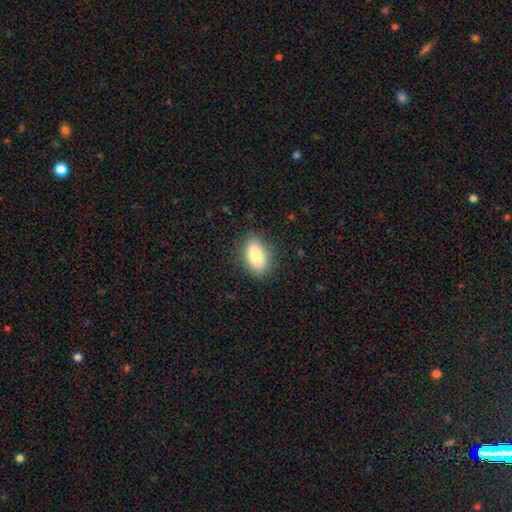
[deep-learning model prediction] Smooth or featured: smooth — 83% (featured or disk — 9%)
How rounded: in between — 86% (cigar-shaped — 8%)
Merging: none — 83% (minor disturbance — 12%)